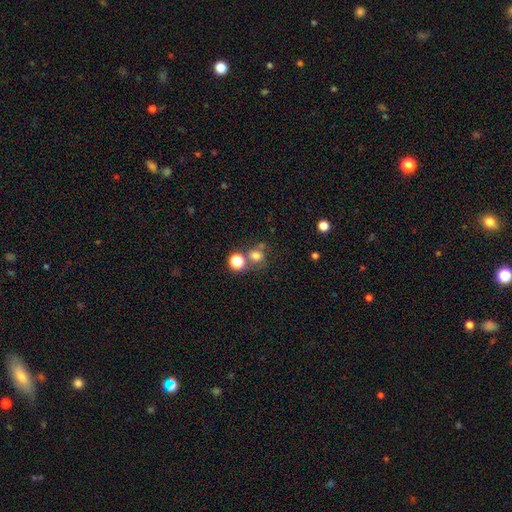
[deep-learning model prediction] Overall: smooth (71%). How rounded: round (80%). Merging: none (55%; merger 26%).